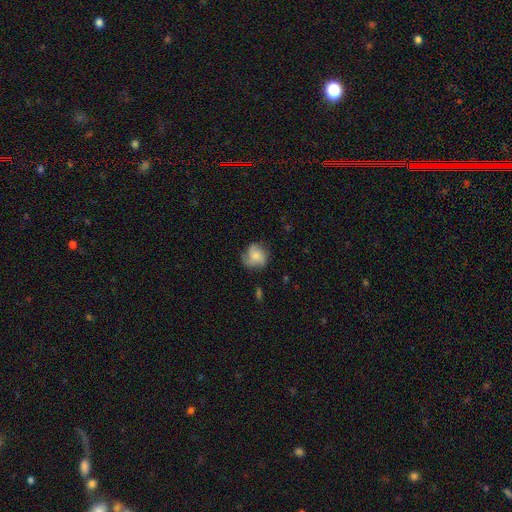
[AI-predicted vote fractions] A smooth galaxy with no disk features (53%) that is round (79%). Merging: none (65%).